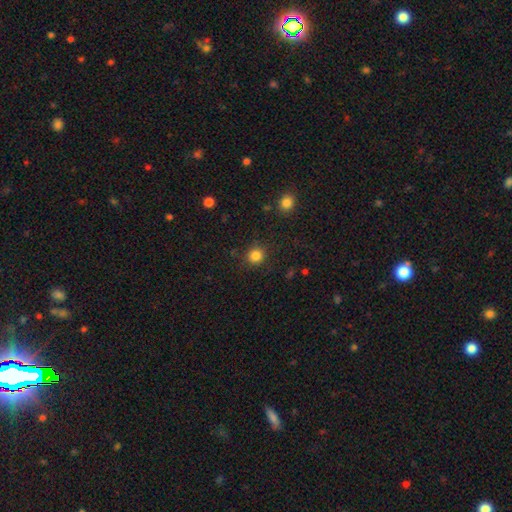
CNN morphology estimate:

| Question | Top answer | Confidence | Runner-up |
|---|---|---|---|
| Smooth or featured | smooth | 84% | star or artifact (12%) |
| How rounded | round | 88% | in between (11%) |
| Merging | none | 87% | minor disturbance (8%) |